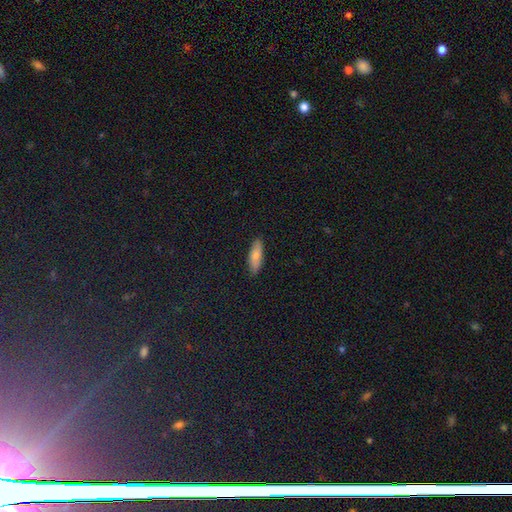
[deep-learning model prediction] Morphology: type=smooth (78%); roundness=in between (56%); merging=none (87%).